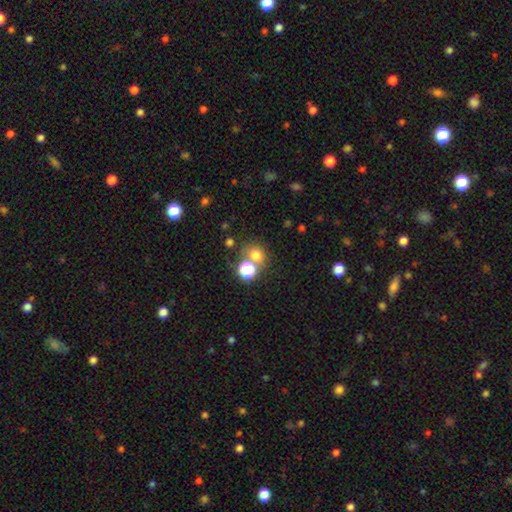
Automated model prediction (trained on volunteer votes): smooth_or_featured: smooth (p=0.69) [alt: star or artifact p=0.22]
how_rounded: round (p=0.72) [alt: in between p=0.27]
merging: none (p=0.58) [alt: merger p=0.28]